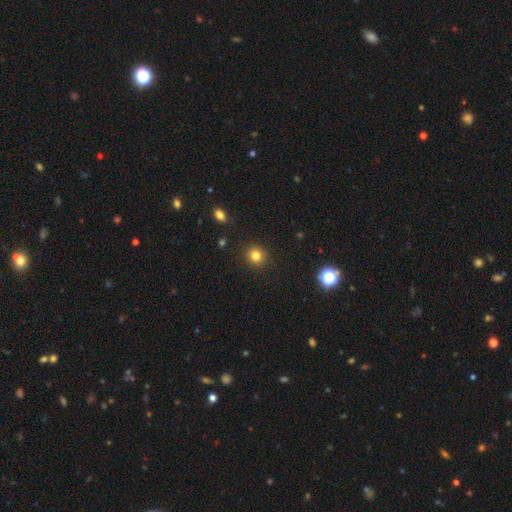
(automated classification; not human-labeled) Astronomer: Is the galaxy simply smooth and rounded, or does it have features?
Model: smooth — 82%.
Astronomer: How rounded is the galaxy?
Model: round — 88%.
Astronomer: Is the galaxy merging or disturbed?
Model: none — 91%.